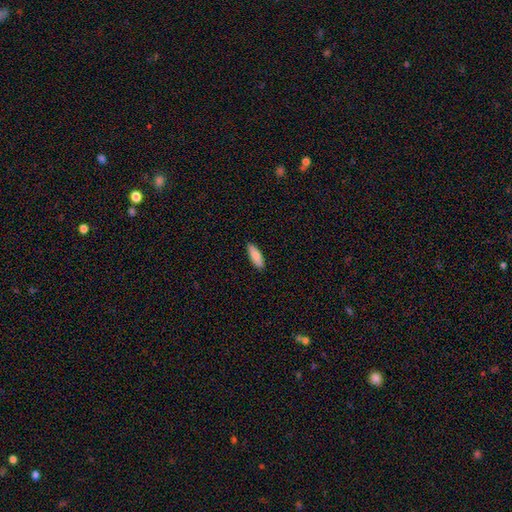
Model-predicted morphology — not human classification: Smooth or featured: smooth — 88% (featured or disk — 7%)
How rounded: in between — 59% (cigar-shaped — 40%)
Merging: none — 89% (minor disturbance — 9%)